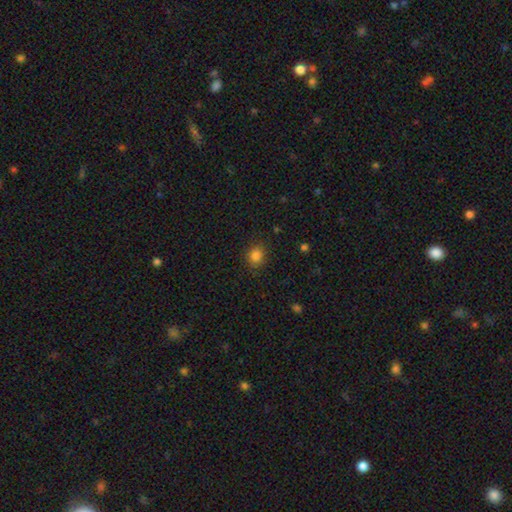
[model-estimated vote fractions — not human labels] A smooth galaxy with no disk features (83%) that is round (70%). Merging: none (87%).